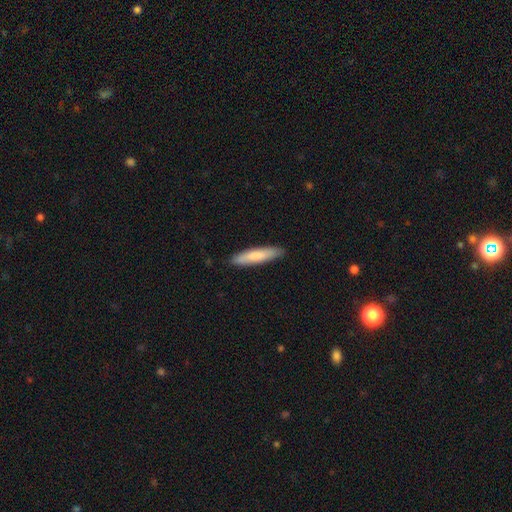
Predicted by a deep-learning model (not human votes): The model was most divided on "smooth or featured": smooth: 79%, featured or disk: 16%, star or artifact: 5%. More confident: merging — none (88%); how rounded — cigar-shaped (85%).